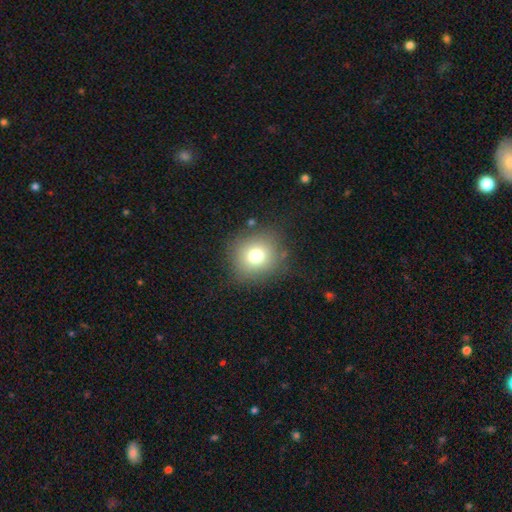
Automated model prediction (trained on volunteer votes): Smooth or featured? smooth (74%)
How rounded? round (88%)
Merging? none (83%)